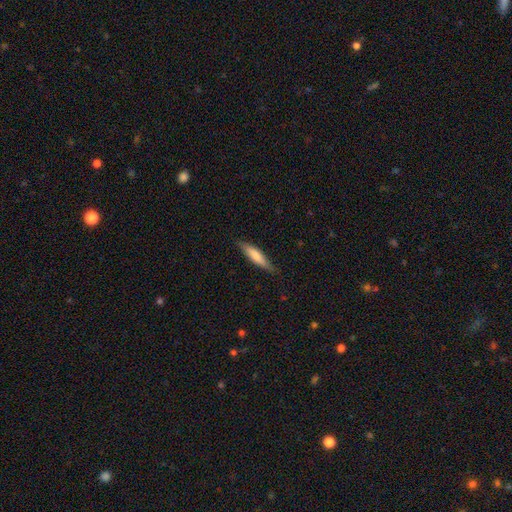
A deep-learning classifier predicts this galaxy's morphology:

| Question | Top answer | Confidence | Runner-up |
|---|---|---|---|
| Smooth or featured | smooth | 71% | featured or disk (23%) |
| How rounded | cigar-shaped | 79% | in between (19%) |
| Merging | none | 83% | minor disturbance (14%) |